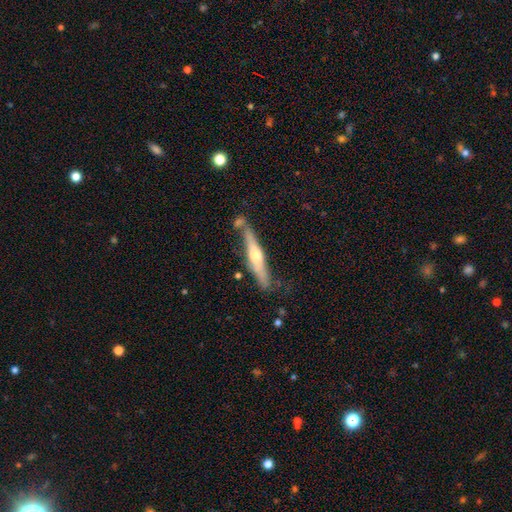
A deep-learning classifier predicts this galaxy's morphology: A featured or disk galaxy (65%) viewed edge-on (93%) with a rounded central bulge (89%). Merging: none (70%).